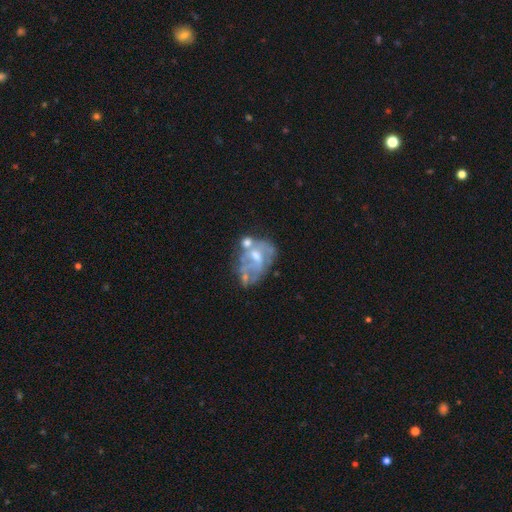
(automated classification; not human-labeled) Morphology: type=featured or disk (69%); edge-on=no (97%); bar=no (64%); spiral arms=no (65%); bulge=moderate (43%); merging=none (33%).